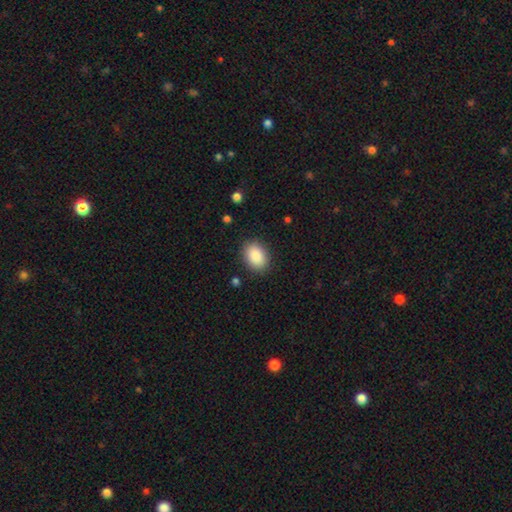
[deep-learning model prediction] Smooth or featured: smooth — 88% (star or artifact — 7%)
How rounded: in between — 78% (round — 21%)
Merging: none — 87% (minor disturbance — 9%)